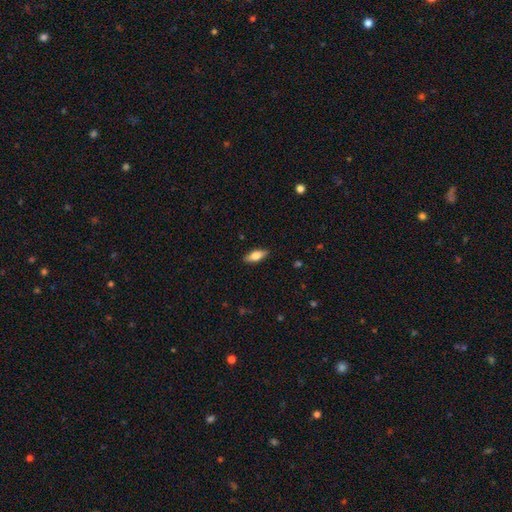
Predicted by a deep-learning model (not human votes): A smooth galaxy with no disk features (64%) that is in between round and cigar-shaped (73%).

Vote fractions:
- Smooth or featured? smooth: 64% / featured or disk: 29% / star or artifact: 7%
- How rounded? in between: 73% / cigar-shaped: 24% / round: 3%
- Merging? none: 89% / minor disturbance: 8% / major disturbance: 2% / merger: 1%